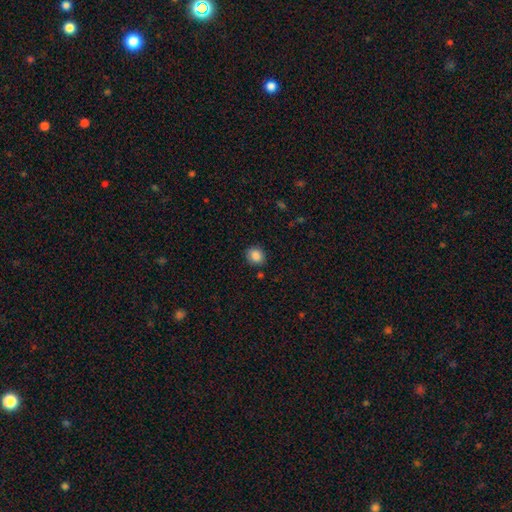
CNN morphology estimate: This is clearly a smooth galaxy (86%). How rounded: likely round (66%). Merging: clearly none (86%).